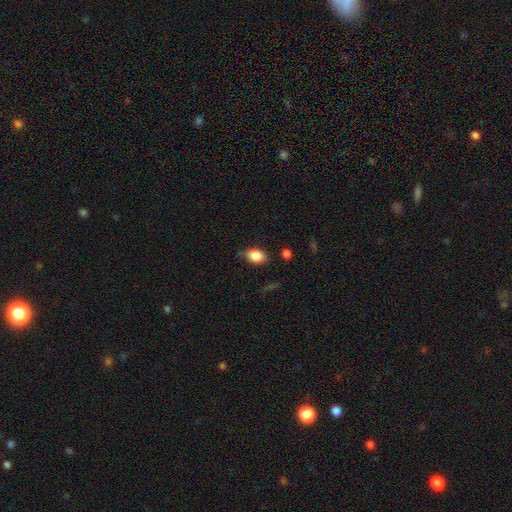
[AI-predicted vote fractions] Smooth or featured?
  - smooth: 84% *
  - star or artifact: 8%
  - featured or disk: 7%
How rounded?
  - in between: 79% *
  - round: 19%
  - cigar-shaped: 2%
Merging?
  - none: 68% *
  - minor disturbance: 23%
  - major disturbance: 6%
  - merger: 3%